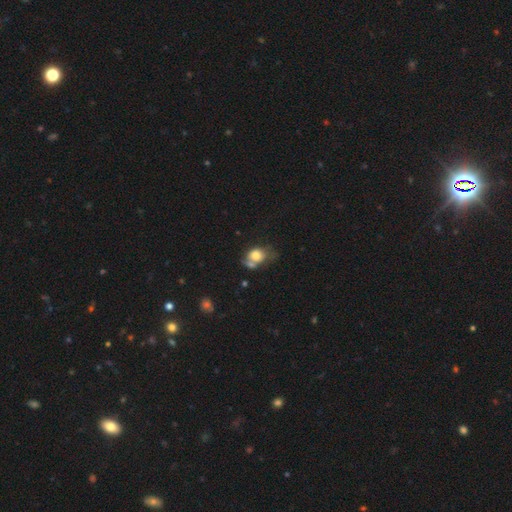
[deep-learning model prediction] smooth_or_featured: smooth (p=0.73) [alt: featured or disk p=0.18]
how_rounded: in between (p=0.52) [alt: round p=0.46]
merging: none (p=0.33) [alt: merger p=0.28]